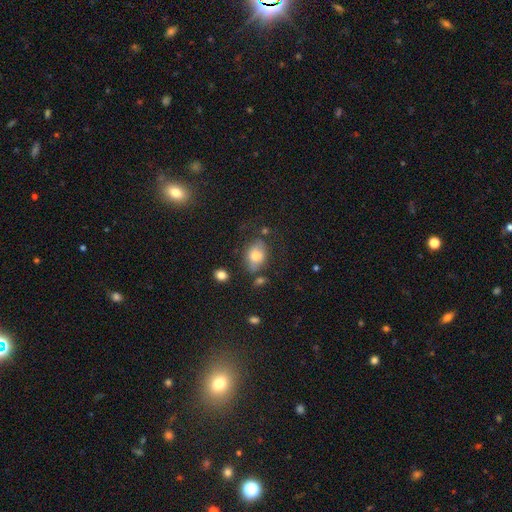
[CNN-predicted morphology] Smooth or featured: smooth — 71% (featured or disk — 19%)
How rounded: in between — 75% (round — 23%)
Merging: none — 61% (minor disturbance — 22%)